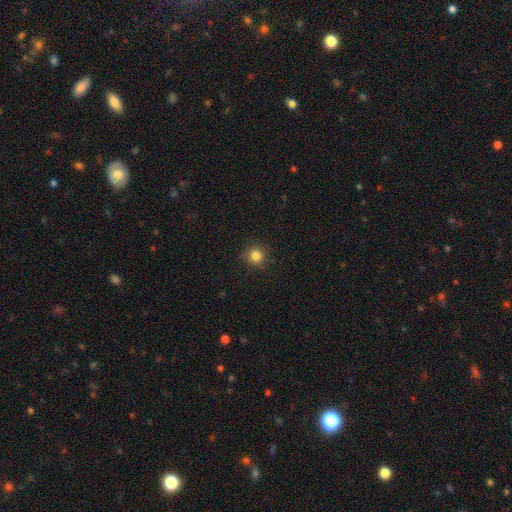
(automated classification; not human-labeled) This is clearly a smooth galaxy (83%). How rounded: clearly round (94%). Merging: clearly none (88%).